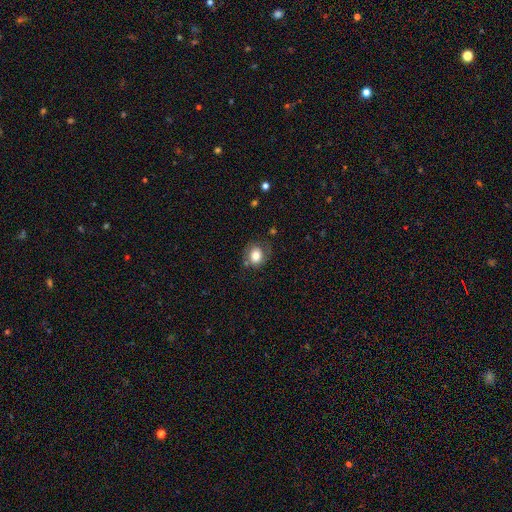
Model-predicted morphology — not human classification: This appears to be a smooth galaxy with no disk features (79%) that is round (61%). Merging: none (66%).